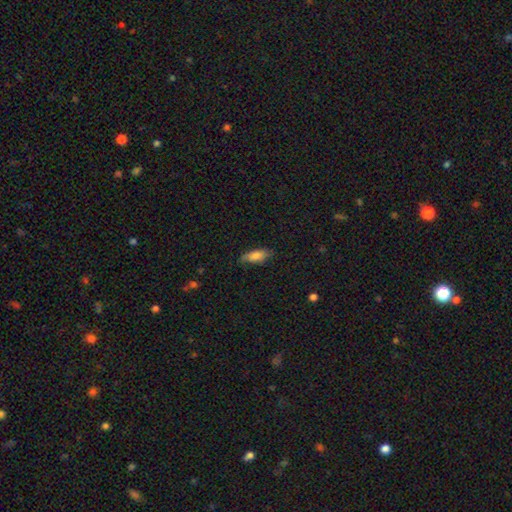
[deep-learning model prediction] smooth 78%, featured or disk 15%, star or artifact 7%. Down the decision tree: how rounded — in between (70%); merging — none (76%).